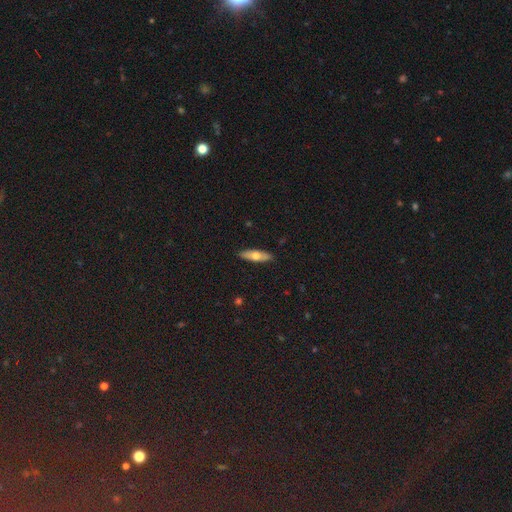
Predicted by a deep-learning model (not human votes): smooth-or-featured: smooth: 58% | featured or disk: 36% | star or artifact: 6%
  how-rounded: cigar-shaped: 53% | in between: 45% | round: 3%
  merging: none: 90% | minor disturbance: 8% | major disturbance: 2% | merger: 1%